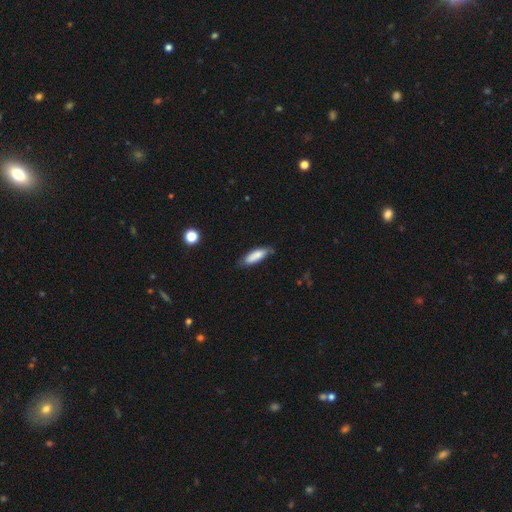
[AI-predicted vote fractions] smooth-or-featured: smooth: 81% | featured or disk: 13% | star or artifact: 6%
  how-rounded: cigar-shaped: 50% | in between: 48% | round: 2%
  merging: none: 71% | minor disturbance: 23% | major disturbance: 4% | merger: 2%